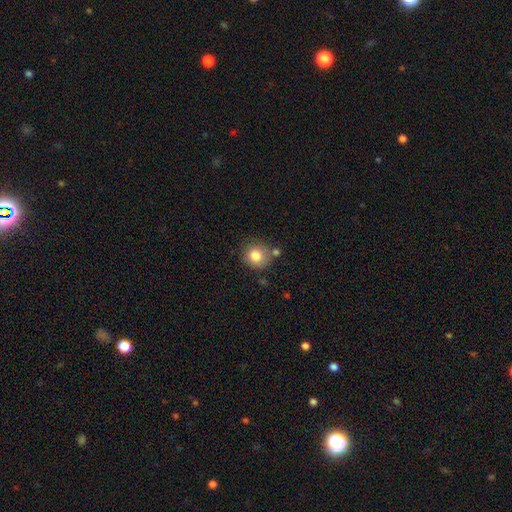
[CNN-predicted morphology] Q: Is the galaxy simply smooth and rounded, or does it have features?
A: smooth — 81%.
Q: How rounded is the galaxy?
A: round — 83%.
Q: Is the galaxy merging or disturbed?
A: none — 72%.